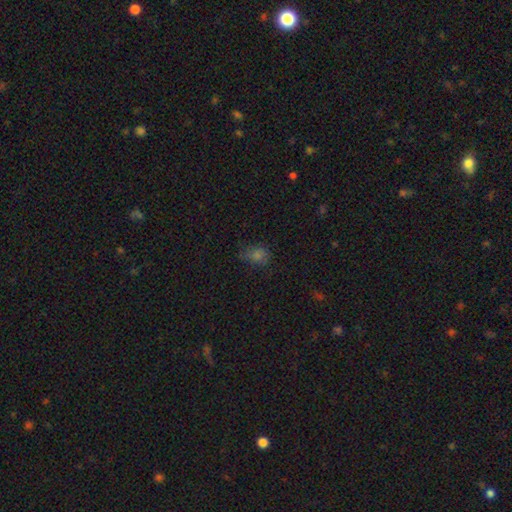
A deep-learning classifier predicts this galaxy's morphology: smooth_or_featured: smooth (p=0.65) [alt: star or artifact p=0.24]
how_rounded: in between (p=0.55) [alt: round p=0.43]
merging: none (p=0.59) [alt: minor disturbance p=0.28]